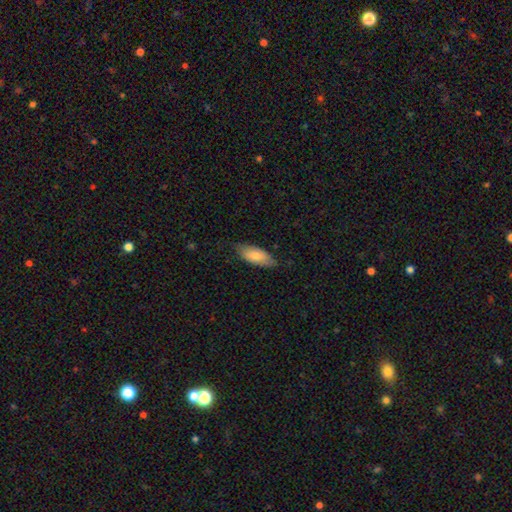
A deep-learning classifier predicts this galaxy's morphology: Smooth or featured? smooth (76%)
How rounded? in between (84%)
Merging? none (75%)